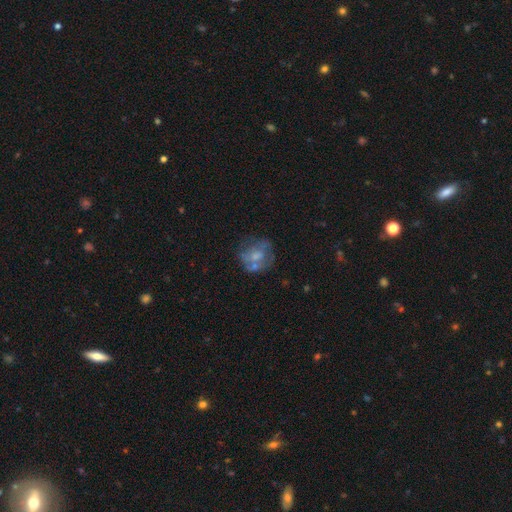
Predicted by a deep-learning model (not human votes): A featured or disk galaxy (48%). Merging: none (49%).